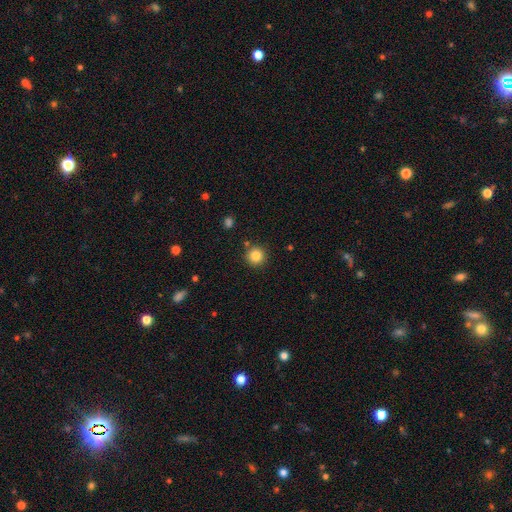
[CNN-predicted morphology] Overall: smooth (84%). How rounded: round (95%). Merging: none (89%).